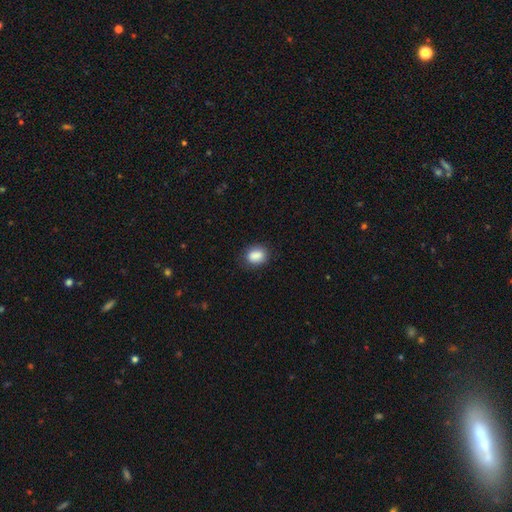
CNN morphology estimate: Overall: smooth (88%). How rounded: in between (63%; round 36%). Merging: none (81%).